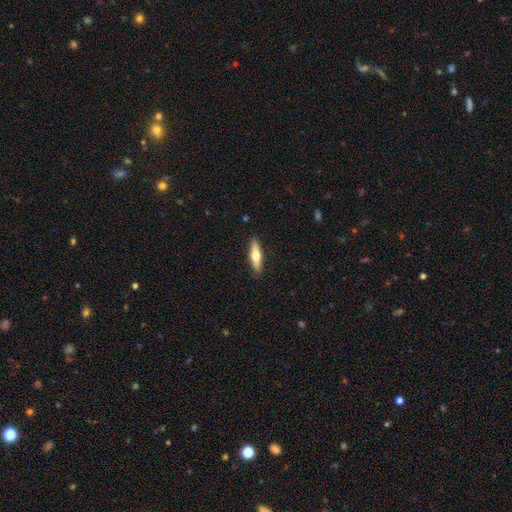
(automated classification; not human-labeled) Morphology: type=smooth (49%); merging=none (89%).